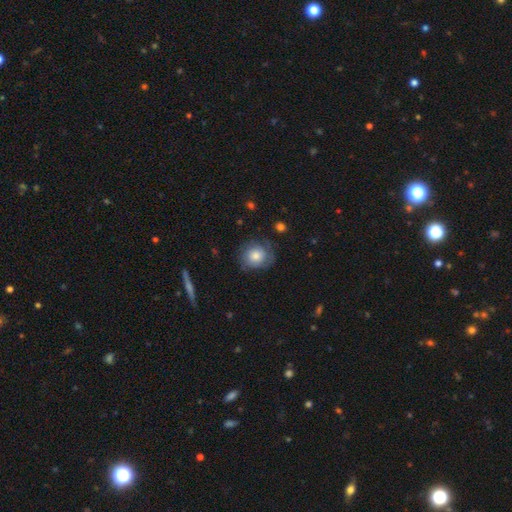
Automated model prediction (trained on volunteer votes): Smooth or featured?
  - smooth: 67% *
  - featured or disk: 25%
  - star or artifact: 8%
How rounded?
  - round: 77% *
  - in between: 22%
  - cigar-shaped: 1%
Merging?
  - none: 69% *
  - minor disturbance: 22%
  - major disturbance: 8%
  - merger: 1%